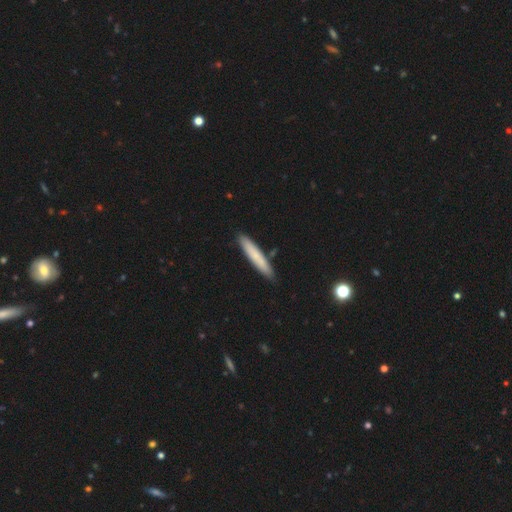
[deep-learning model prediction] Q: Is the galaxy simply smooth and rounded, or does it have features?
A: smooth — 74%.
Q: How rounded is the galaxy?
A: cigar-shaped — 92%.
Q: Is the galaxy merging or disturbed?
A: none — 87%.